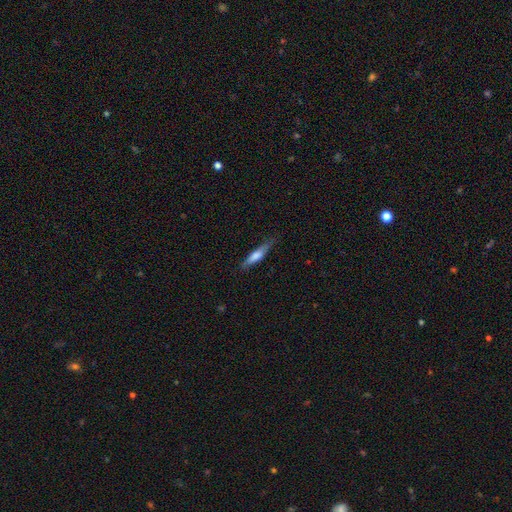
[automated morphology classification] This is likely a smooth galaxy (61%). How rounded: clearly cigar-shaped (81%). Merging: likely none (76%).